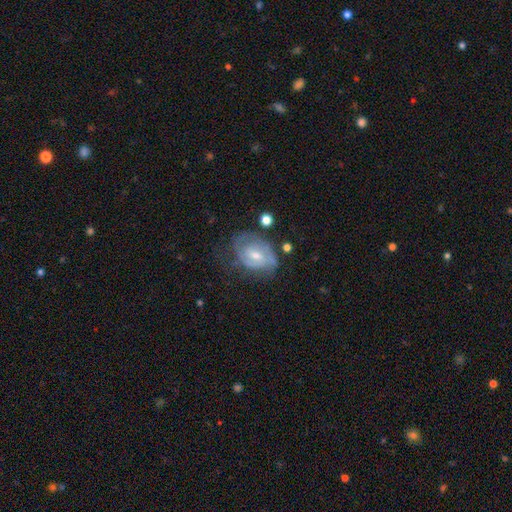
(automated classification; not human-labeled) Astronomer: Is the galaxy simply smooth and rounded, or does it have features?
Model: featured or disk — 68%.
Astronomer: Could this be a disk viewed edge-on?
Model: no — 96%.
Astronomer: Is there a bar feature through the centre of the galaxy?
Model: weak — 51% (runner-up: no, 37%).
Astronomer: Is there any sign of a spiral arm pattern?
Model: yes — 79%.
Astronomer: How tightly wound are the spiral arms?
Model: tight — 54% (runner-up: medium, 34%).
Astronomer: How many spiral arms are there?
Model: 2 — 42% (runner-up: can't tell, 38%).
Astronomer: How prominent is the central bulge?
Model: moderate — 52% (runner-up: small, 41%).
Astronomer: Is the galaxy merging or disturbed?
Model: none — 53%.